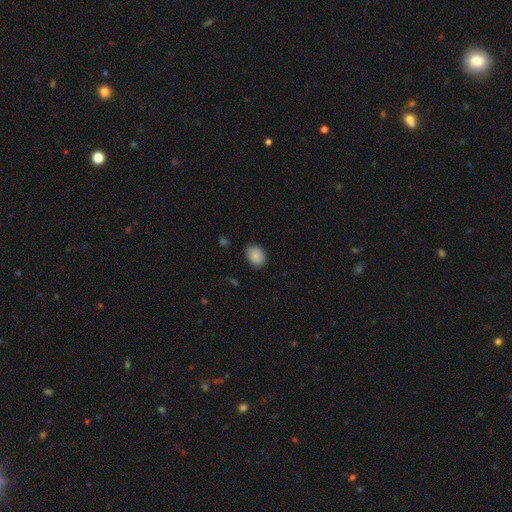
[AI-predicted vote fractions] Smooth or featured?
  - smooth: 88% *
  - star or artifact: 7%
  - featured or disk: 5%
How rounded?
  - in between: 63% *
  - round: 36%
  - cigar-shaped: 1%
Merging?
  - none: 82% *
  - minor disturbance: 14%
  - major disturbance: 3%
  - merger: 1%